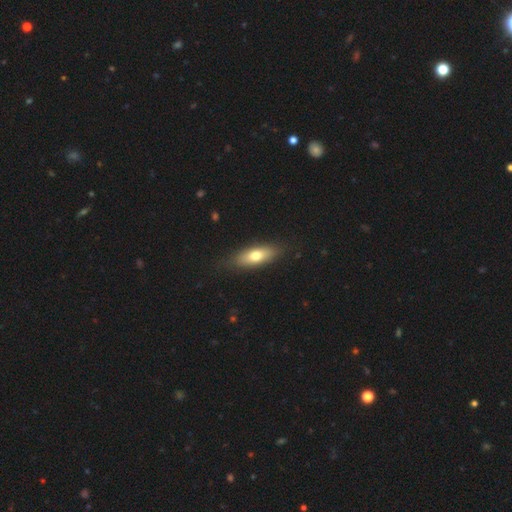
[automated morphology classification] smooth-or-featured: smooth: 69% | featured or disk: 25% | star or artifact: 6%
  how-rounded: in between: 67% | cigar-shaped: 30% | round: 3%
  merging: none: 84% | minor disturbance: 12% | major disturbance: 3% | merger: 1%